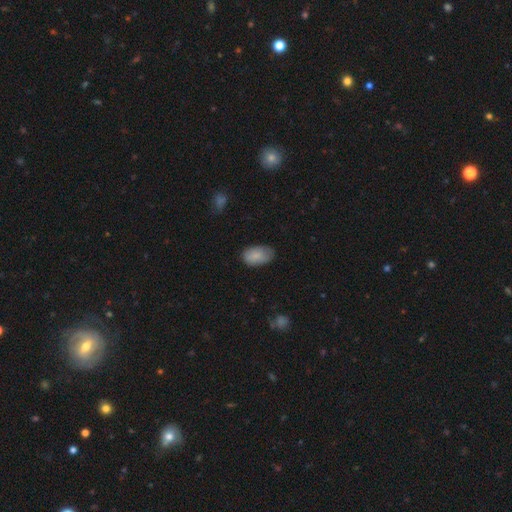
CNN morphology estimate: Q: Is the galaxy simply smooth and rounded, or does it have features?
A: smooth — 84%.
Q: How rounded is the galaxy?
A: in between — 93%.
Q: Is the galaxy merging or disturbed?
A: none — 69%.